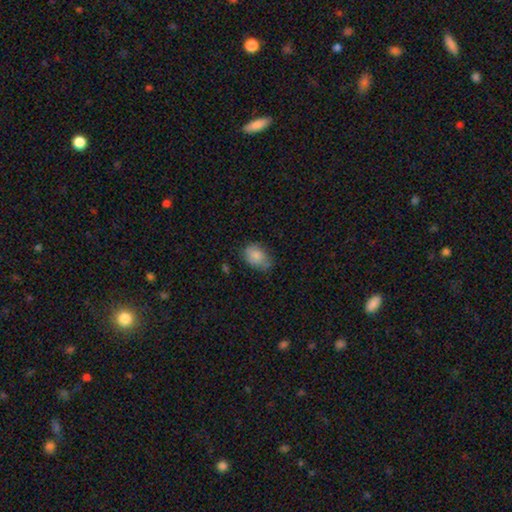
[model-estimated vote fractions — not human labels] A smooth galaxy with no disk features (82%) that is in between round and cigar-shaped (79%). Merging: none (60%).